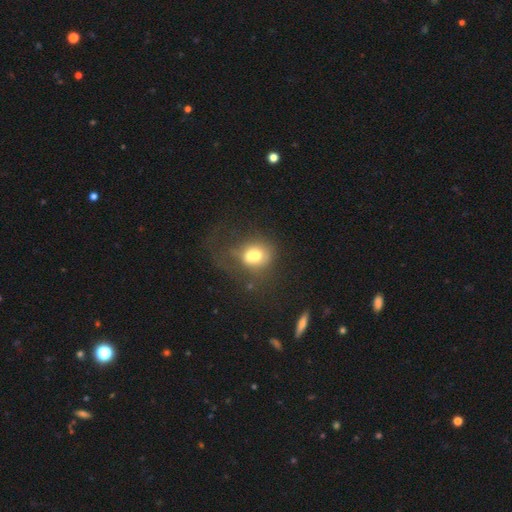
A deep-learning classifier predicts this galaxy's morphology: Smooth or featured? Predicted: smooth (p=0.59). How rounded? Predicted: round (p=0.53). Merging? Predicted: merger (p=0.46).